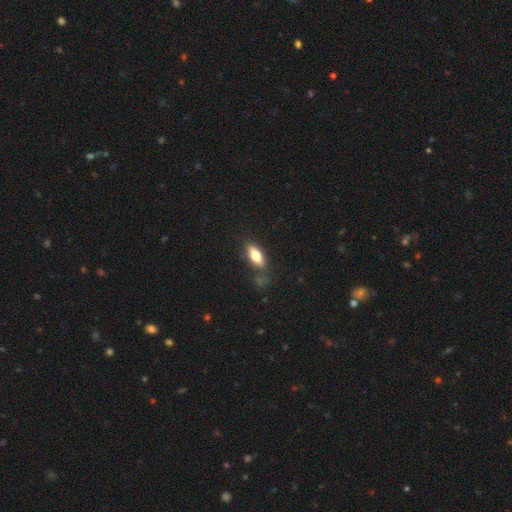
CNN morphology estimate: Smooth or featured? Predicted: smooth (p=0.69). How rounded? Predicted: in between (p=0.71). Merging? Predicted: none (p=0.77).